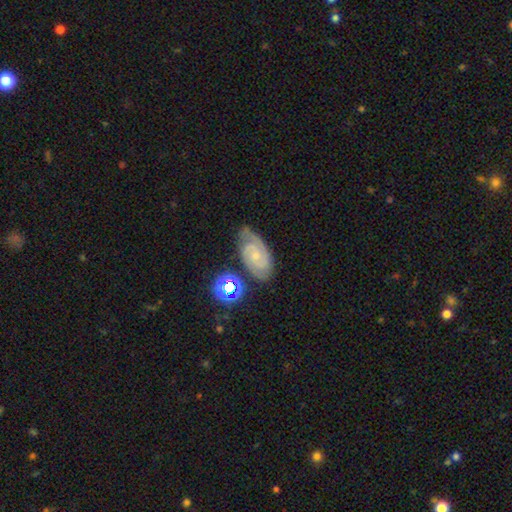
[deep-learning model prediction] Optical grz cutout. It shows a featured or disk galaxy (79%) with no bar (64%), 2 (71%) tight (62%) spiral arms (97%) and a small central bulge (70%). Merging: none (69%).